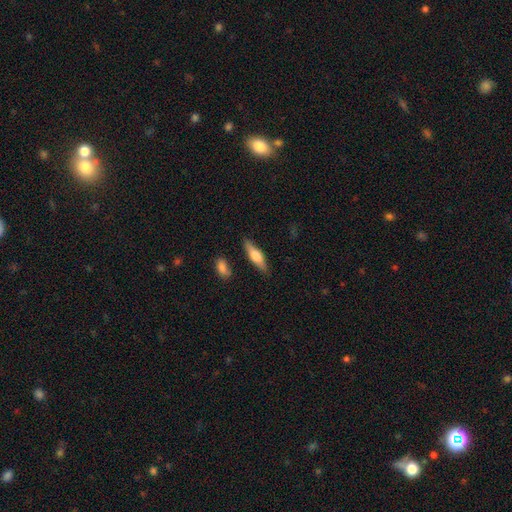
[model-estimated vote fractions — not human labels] smooth_or_featured: smooth (p=0.58) [alt: featured or disk p=0.36]
how_rounded: cigar-shaped (p=0.60) [alt: in between p=0.37]
merging: none (p=0.83) [alt: minor disturbance p=0.11]